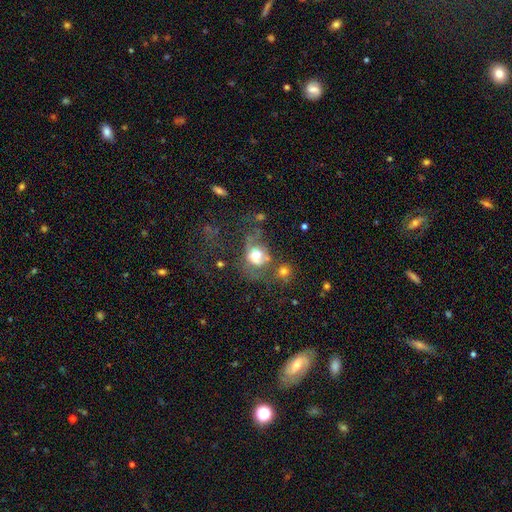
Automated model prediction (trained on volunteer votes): The model was most divided on "merging": major disturbance: 31%, none: 28%, merger: 22%, minor disturbance: 19%. More confident: smooth or featured — smooth (56%); how rounded — round (54%).